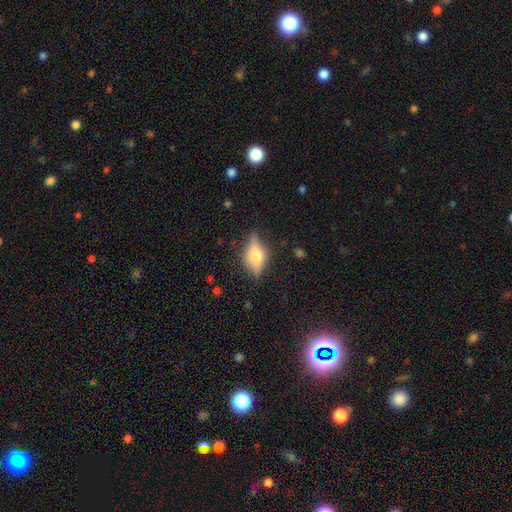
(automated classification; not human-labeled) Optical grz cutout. It shows a featured or disk galaxy (56%) viewed edge-on (89%). Merging: none (76%).